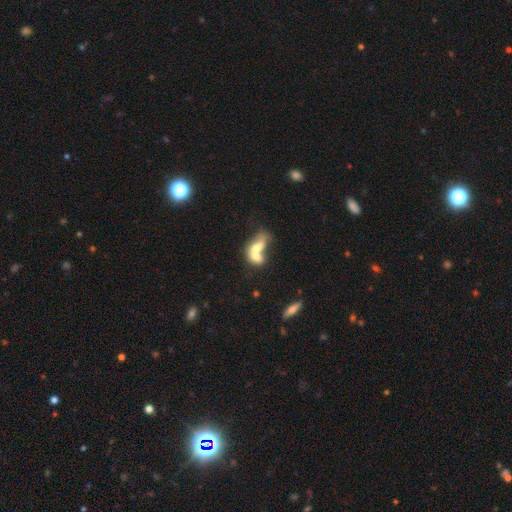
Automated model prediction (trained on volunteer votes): This appears to be a smooth galaxy with no disk features (59%) that is in between round and cigar-shaped (74%). Merging: merger (75%).